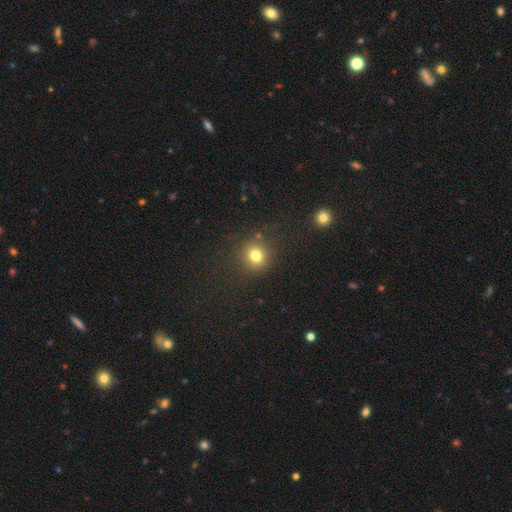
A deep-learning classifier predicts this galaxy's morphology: smooth-or-featured: smooth: 79% | star or artifact: 15% | featured or disk: 6%
  how-rounded: round: 89% | in between: 10% | cigar-shaped: 1%
  merging: none: 84% | minor disturbance: 8% | major disturbance: 4% | merger: 3%